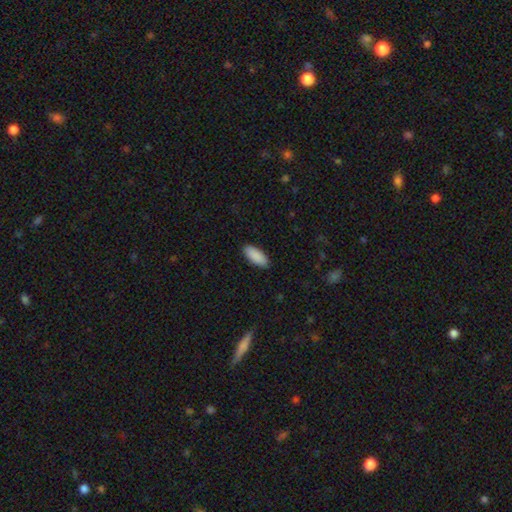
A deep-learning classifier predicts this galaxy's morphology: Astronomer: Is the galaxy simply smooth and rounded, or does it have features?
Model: smooth — 91%.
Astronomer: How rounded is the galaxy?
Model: in between — 86%.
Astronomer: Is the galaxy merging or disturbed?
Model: none — 89%.